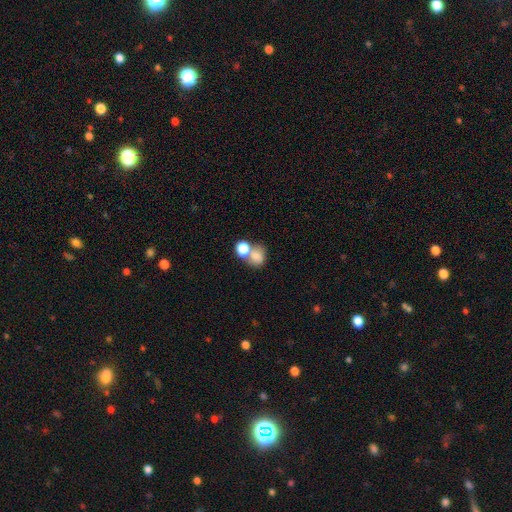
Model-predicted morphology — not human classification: type=smooth (77%); roundness=round (63%); merging=merger (48%).